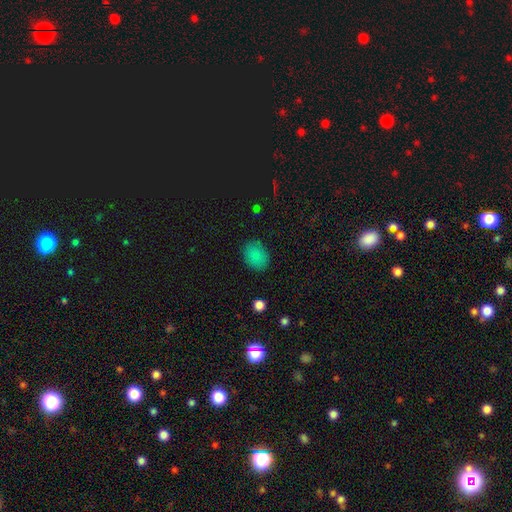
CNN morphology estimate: Smooth or featured: smooth — 84% (star or artifact — 10%)
How rounded: in between — 60% (round — 39%)
Merging: none — 84% (minor disturbance — 11%)